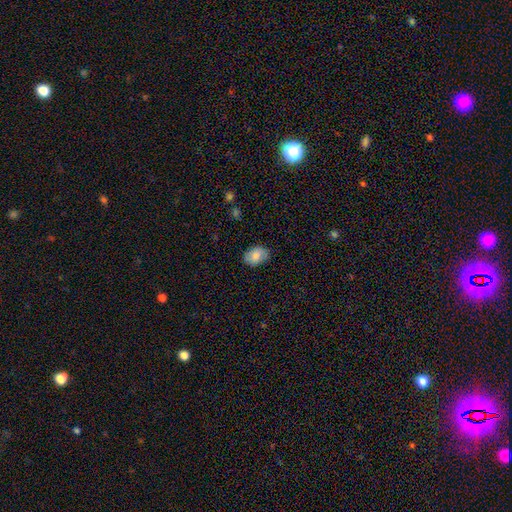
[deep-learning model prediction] The model was most divided on "how rounded": in between: 81%, round: 18%, cigar-shaped: 1%. More confident: merging — none (81%); smooth or featured — smooth (79%).